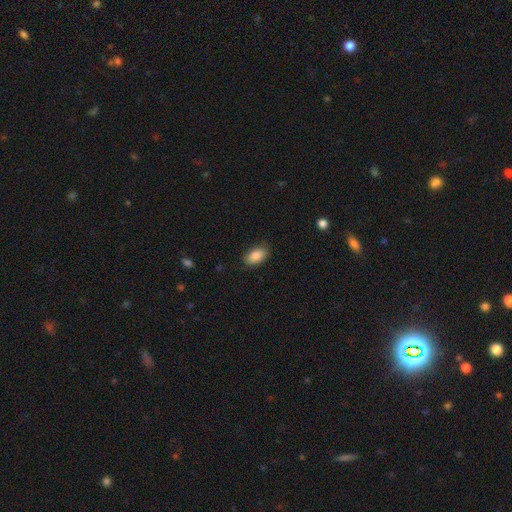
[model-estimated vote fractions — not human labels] Overall: smooth (88%). How rounded: in between (93%). Merging: none (84%).